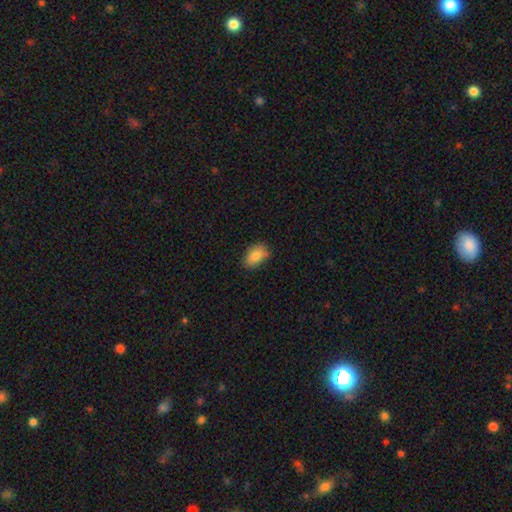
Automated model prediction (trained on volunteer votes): Smooth or featured: smooth — 84% (featured or disk — 8%)
How rounded: in between — 88% (round — 11%)
Merging: none — 78% (minor disturbance — 18%)